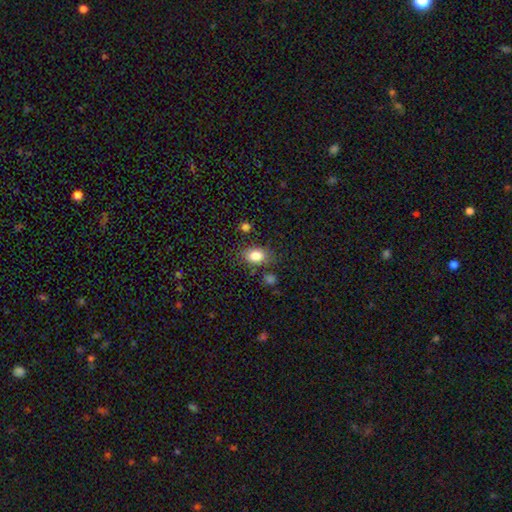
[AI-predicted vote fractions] This appears to be a smooth galaxy with no disk features (83%) that is in between round and cigar-shaped (74%). Merging: none (77%).